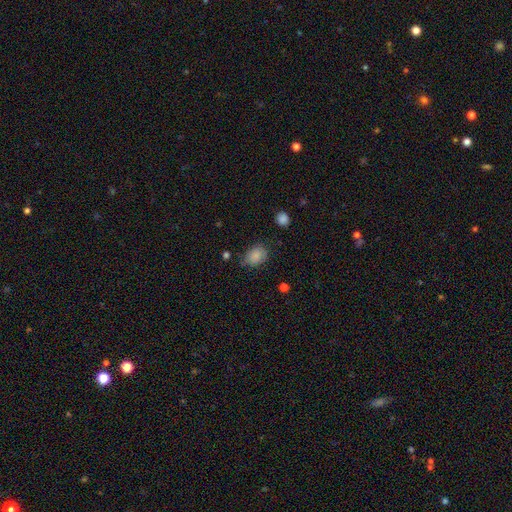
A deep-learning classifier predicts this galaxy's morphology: type=smooth (84%); roundness=in between (71%); merging=none (66%).